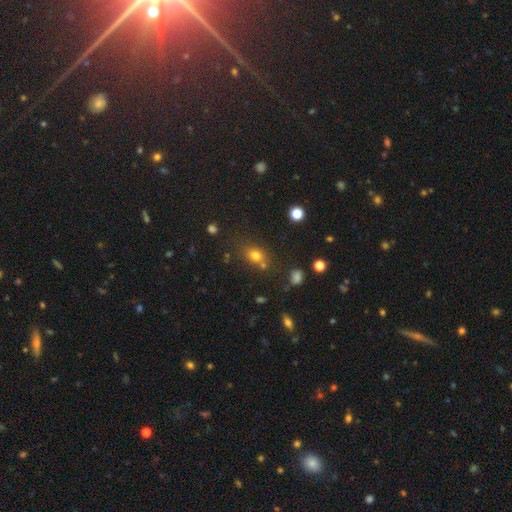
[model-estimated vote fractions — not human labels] This is likely a smooth galaxy (74%). How rounded: possibly in between (51%). Merging: likely none (62%).